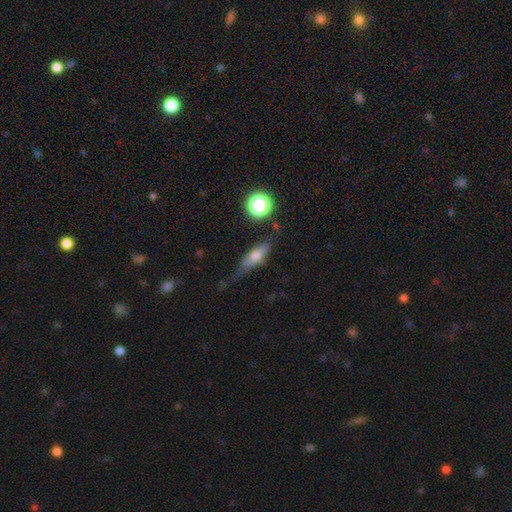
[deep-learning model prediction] This appears to be a smooth galaxy with no disk features (54%) that is cigar-shaped (48%). Merging: none (52%).